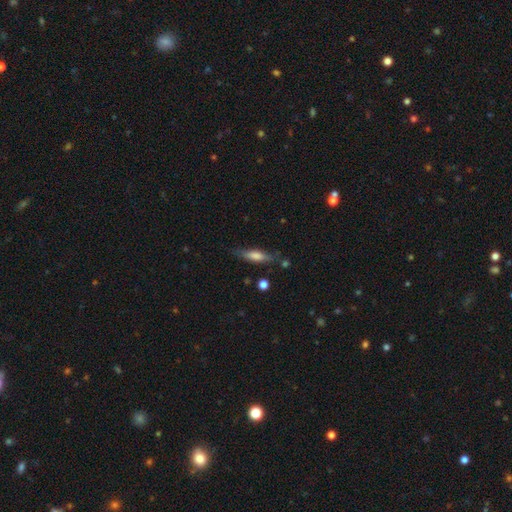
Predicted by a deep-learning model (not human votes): Smooth or featured: smooth — 59% (featured or disk — 34%)
How rounded: cigar-shaped — 65% (in between — 33%)
Merging: none — 75% (minor disturbance — 18%)